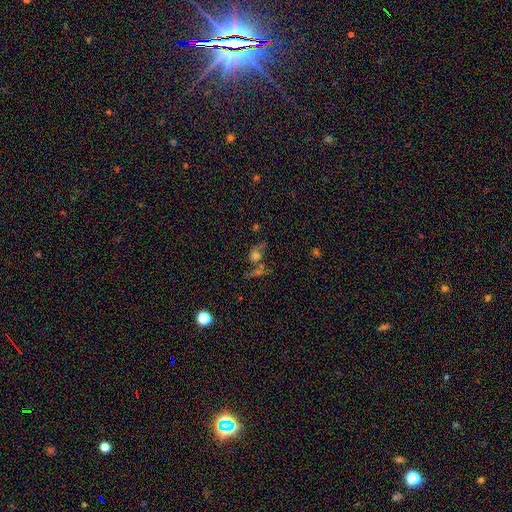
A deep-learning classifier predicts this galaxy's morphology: Smooth or featured?
  - smooth: 48% *
  - star or artifact: 28%
  - featured or disk: 24%
Merging?
  - none: 39% *
  - merger: 32%
  - major disturbance: 15%
  - minor disturbance: 14%